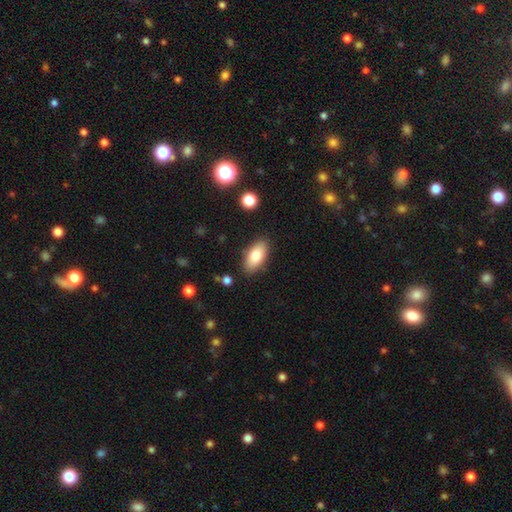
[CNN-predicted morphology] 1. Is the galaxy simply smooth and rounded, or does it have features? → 80% smooth, 13% featured or disk, 7% star or artifact.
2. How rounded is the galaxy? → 91% in between, 6% cigar-shaped, 3% round.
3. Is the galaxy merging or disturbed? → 85% none, 10% minor disturbance, 2% major disturbance, 2% merger.